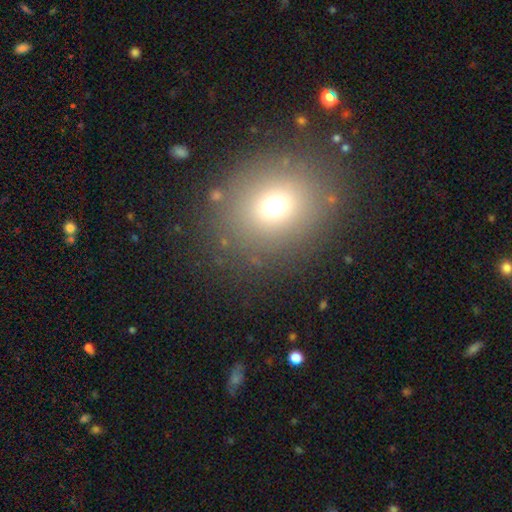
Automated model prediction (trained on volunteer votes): Smooth or featured? Predicted: smooth (p=0.68). How rounded? Predicted: round (p=0.67). Merging? Predicted: none (p=0.85).